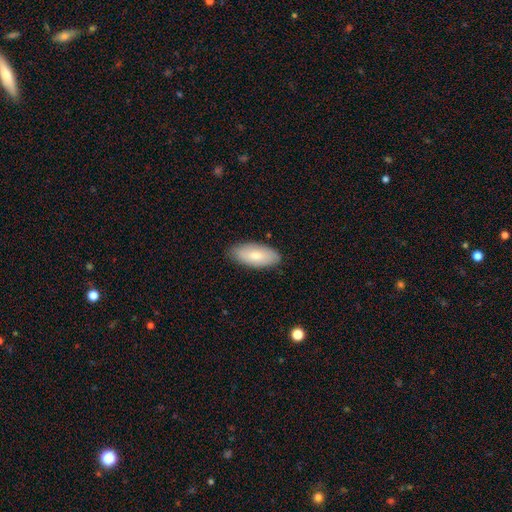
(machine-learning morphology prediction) Overall: smooth (76%). How rounded: in between (92%). Merging: none (84%).